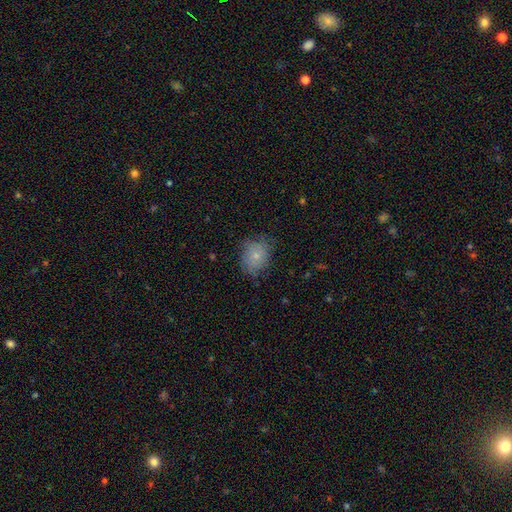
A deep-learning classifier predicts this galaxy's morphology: Smooth or featured?
  - smooth: 72% *
  - featured or disk: 19%
  - star or artifact: 9%
How rounded?
  - round: 54% *
  - in between: 44%
  - cigar-shaped: 1%
Merging?
  - none: 69% *
  - minor disturbance: 23%
  - major disturbance: 7%
  - merger: 1%